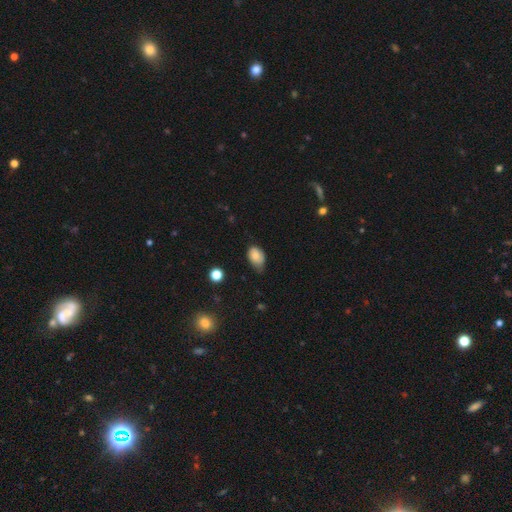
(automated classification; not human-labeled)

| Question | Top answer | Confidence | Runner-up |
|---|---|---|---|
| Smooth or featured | smooth | 78% | featured or disk (13%) |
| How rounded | in between | 84% | round (15%) |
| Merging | minor disturbance | 47% | none (40%) |